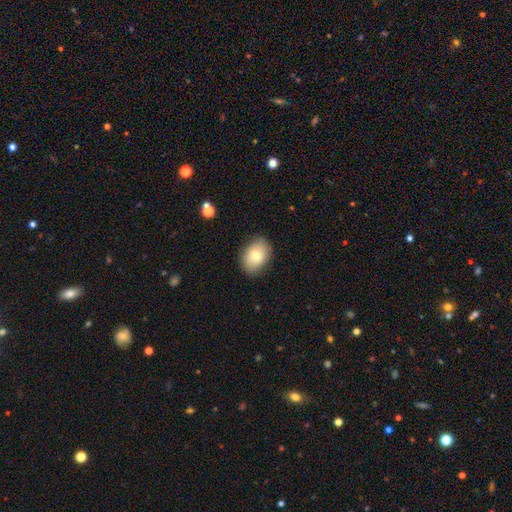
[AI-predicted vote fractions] A smooth galaxy with no disk features (77%) that is in between round and cigar-shaped (79%).

Vote fractions:
- Smooth or featured? smooth: 77% / featured or disk: 15% / star or artifact: 8%
- How rounded? in between: 79% / round: 20% / cigar-shaped: 1%
- Merging? none: 84% / minor disturbance: 12% / major disturbance: 3% / merger: 1%